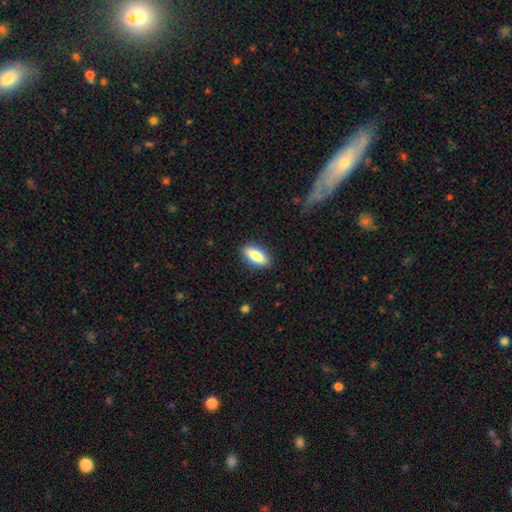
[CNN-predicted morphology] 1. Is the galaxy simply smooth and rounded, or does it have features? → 80% smooth, 13% featured or disk, 6% star or artifact.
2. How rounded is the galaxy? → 78% in between, 20% cigar-shaped, 3% round.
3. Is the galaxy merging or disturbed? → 87% none, 9% minor disturbance, 2% major disturbance, 1% merger.